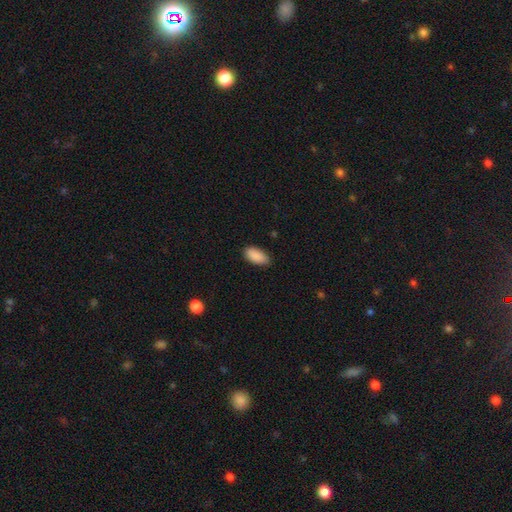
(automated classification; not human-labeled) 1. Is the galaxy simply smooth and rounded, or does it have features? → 89% smooth, 6% star or artifact, 4% featured or disk.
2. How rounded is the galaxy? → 93% in between, 4% cigar-shaped, 2% round.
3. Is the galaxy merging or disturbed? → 83% none, 13% minor disturbance, 2% major disturbance, 1% merger.